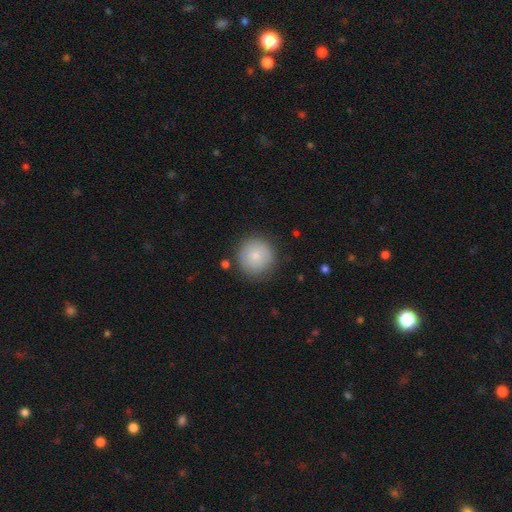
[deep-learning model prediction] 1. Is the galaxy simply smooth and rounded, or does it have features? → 82% smooth, 11% featured or disk, 7% star or artifact.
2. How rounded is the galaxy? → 95% round, 4% in between, 1% cigar-shaped.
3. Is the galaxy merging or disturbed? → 83% none, 12% minor disturbance, 3% major disturbance, 2% merger.